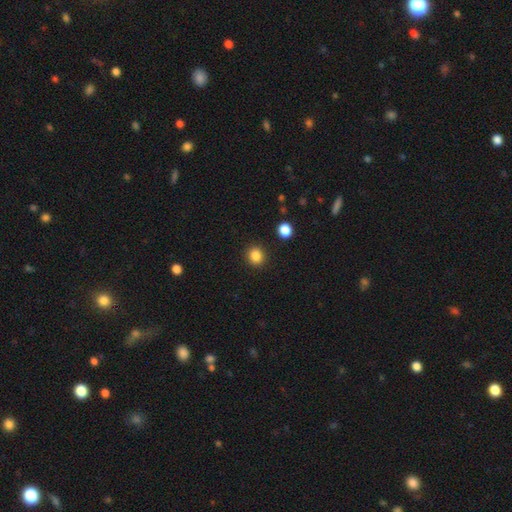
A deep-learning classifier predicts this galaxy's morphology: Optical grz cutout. It shows a smooth galaxy with no disk features (85%) that is round (82%). Merging: none (90%).